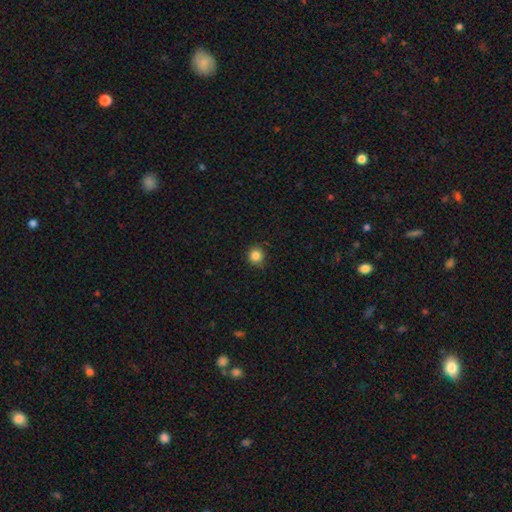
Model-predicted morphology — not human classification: A smooth galaxy with no disk features (85%) that is round (93%). Merging: none (85%).